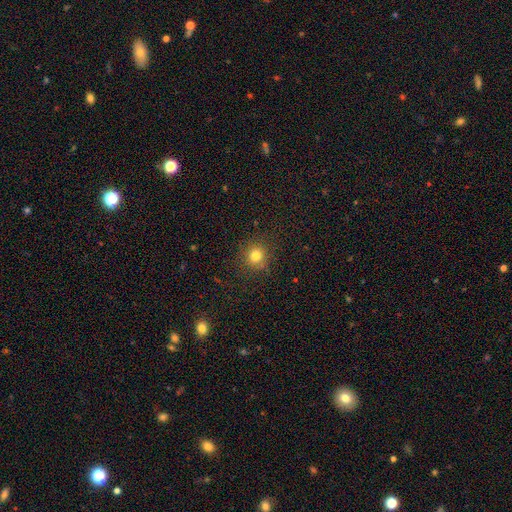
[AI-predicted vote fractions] A smooth galaxy with no disk features (78%) that is round (91%).

Vote fractions:
- Smooth or featured? smooth: 78% / star or artifact: 15% / featured or disk: 6%
- How rounded? round: 91% / in between: 8% / cigar-shaped: 1%
- Merging? none: 86% / minor disturbance: 9% / major disturbance: 3% / merger: 2%